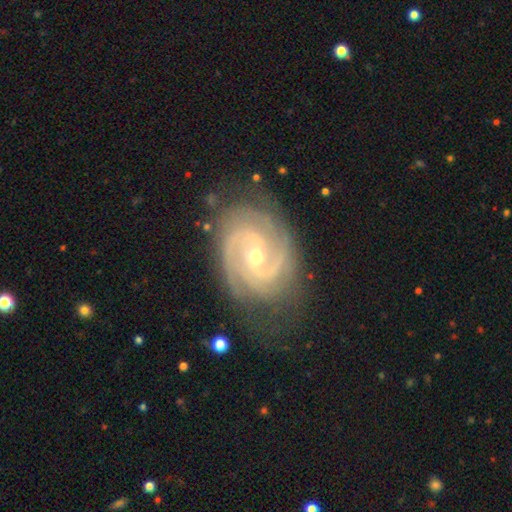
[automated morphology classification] Smooth or featured?
  - featured or disk: 93% *
  - star or artifact: 5%
  - smooth: 3%
Edge-on disk?
  - no: 97% *
  - yes: 3%
Bar?
  - no: 42% * (tied)
  - weak: 42% * (tied)
  - strong: 17%
Spiral arms?
  - yes: 99% *
  - no: 1%
Spiral winding?
  - tight: 61% *
  - medium: 35%
  - loose: 4%
Spiral arm count?
  - 2: 60% *
  - 3: 21%
  - can't tell: 7%
  - 4: 6%
  - more than 4: 3%
  - 1: 3%
Bulge size?
  - small: 57% *
  - moderate: 40%
  - large: 1%
  - none: 1%
  - dominant: 1%
Merging?
  - none: 76% *
  - minor disturbance: 17%
  - major disturbance: 6%
  - merger: 1%